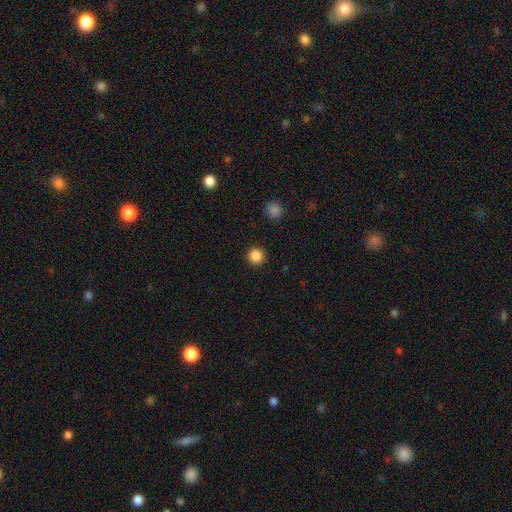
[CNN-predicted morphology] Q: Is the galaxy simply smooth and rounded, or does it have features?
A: smooth — 86%.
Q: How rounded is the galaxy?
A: round — 96%.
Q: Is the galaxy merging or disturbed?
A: none — 92%.